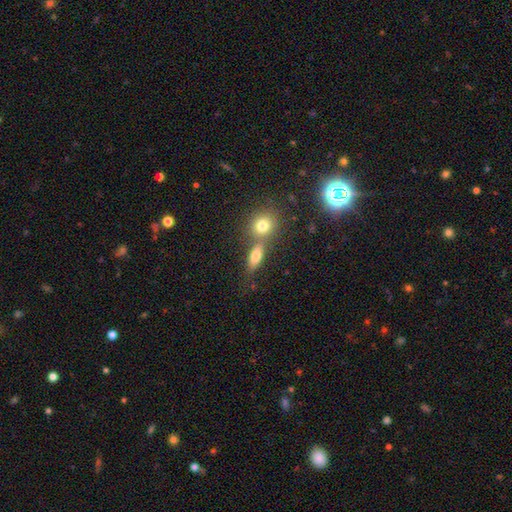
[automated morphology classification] smooth-or-featured: smooth: 77% | featured or disk: 13% | star or artifact: 11%
  how-rounded: in between: 63% | round: 20% | cigar-shaped: 18%
  merging: none: 51% | merger: 34% | minor disturbance: 10% | major disturbance: 5%